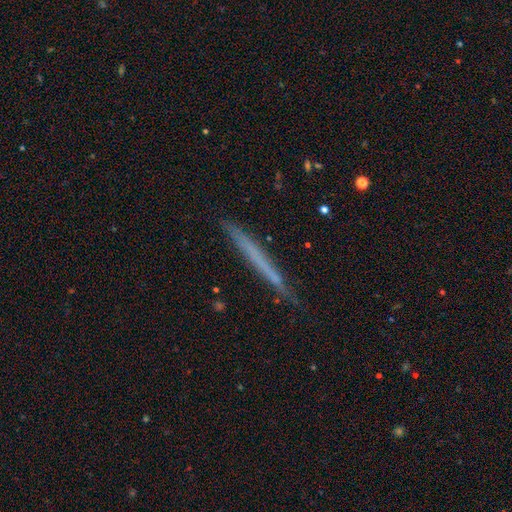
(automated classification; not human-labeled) Overall: smooth (51%; featured or disk 42%). How rounded: cigar-shaped (97%). Merging: none (87%).